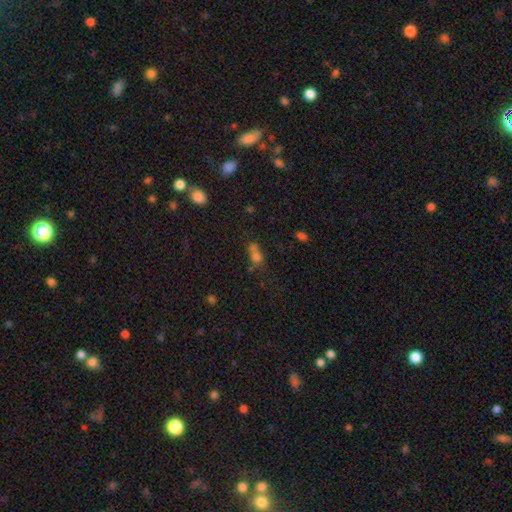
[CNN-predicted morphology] type=smooth (62%); roundness=round (53%); merging=merger (46%).